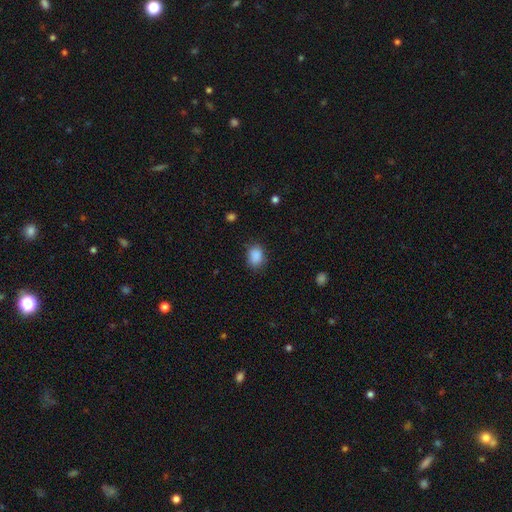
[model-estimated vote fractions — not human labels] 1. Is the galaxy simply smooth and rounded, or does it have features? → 88% smooth, 9% star or artifact, 4% featured or disk.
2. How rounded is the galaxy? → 66% in between, 33% round, 1% cigar-shaped.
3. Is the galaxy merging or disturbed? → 77% none, 17% minor disturbance, 5% major disturbance, 1% merger.